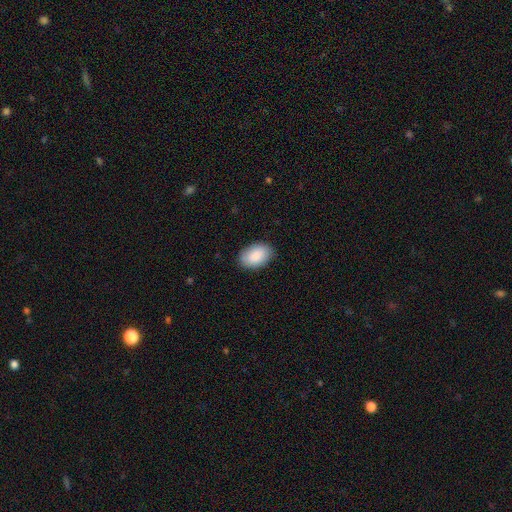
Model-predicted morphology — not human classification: This appears to be a smooth galaxy with no disk features (88%) that is in between round and cigar-shaped (91%). Merging: none (87%).